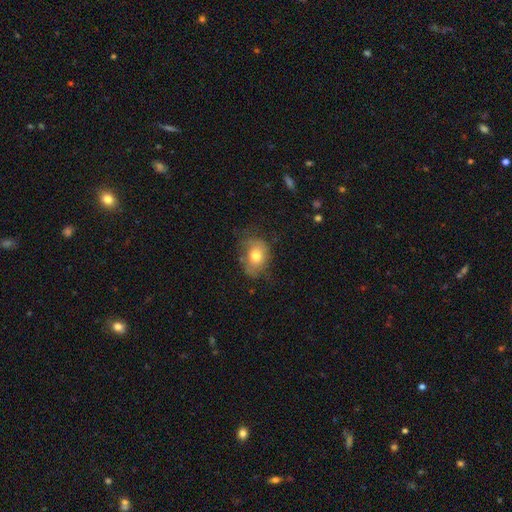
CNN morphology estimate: Smooth or featured? smooth (70%)
How rounded? in between (62%)
Merging? none (55%)